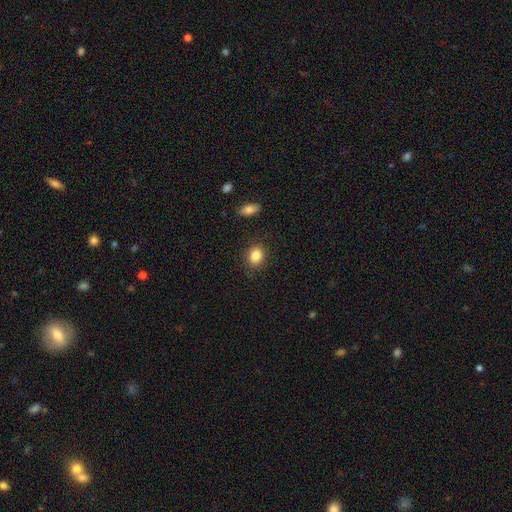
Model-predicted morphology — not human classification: Smooth or featured? smooth (85%)
How rounded? round (52%)
Merging? none (86%)